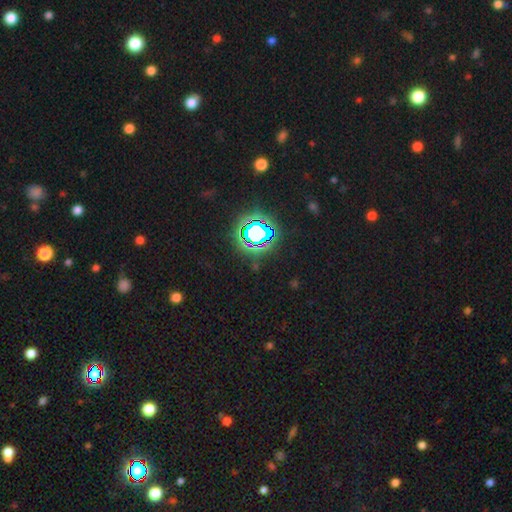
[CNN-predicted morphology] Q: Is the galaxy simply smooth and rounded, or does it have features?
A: star or artifact — 77%.